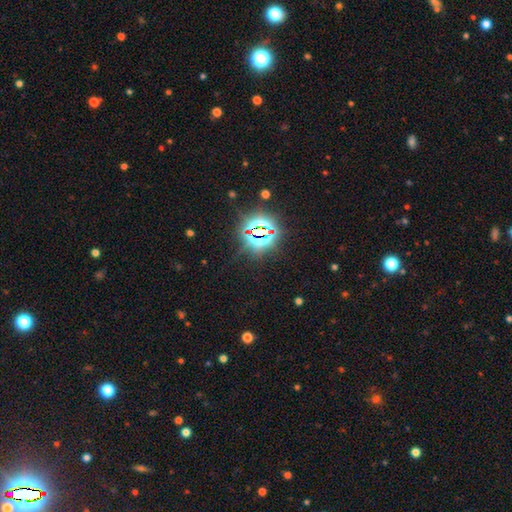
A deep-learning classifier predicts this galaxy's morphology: The model was most divided on "smooth or featured": star or artifact: 83%, smooth: 10%, featured or disk: 7%.